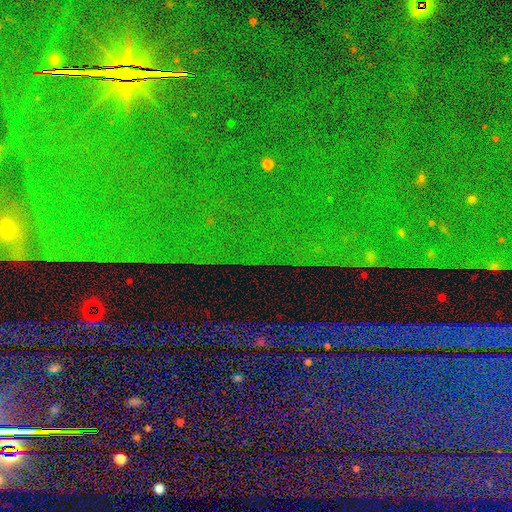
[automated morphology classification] type=star or artifact (88%).